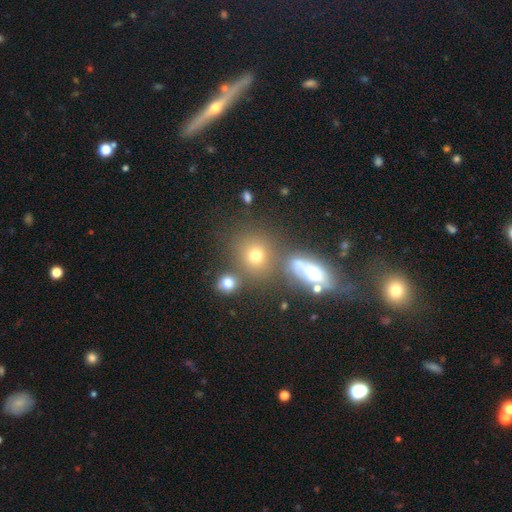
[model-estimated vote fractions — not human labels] This appears to be a smooth galaxy with no disk features (69%) that is round (81%). Merging: none (67%).